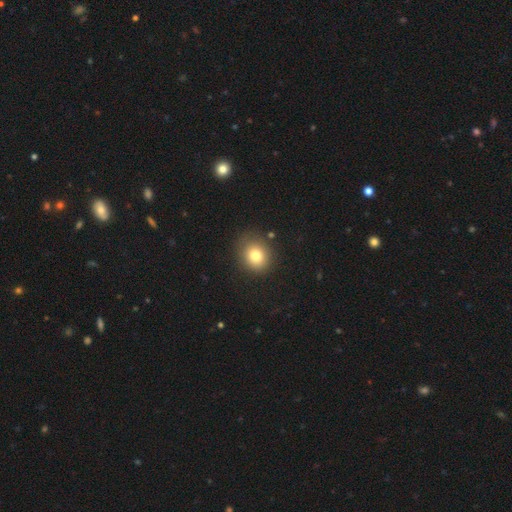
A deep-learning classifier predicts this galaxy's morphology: Smooth or featured?
  - smooth: 78% *
  - star or artifact: 12%
  - featured or disk: 10%
How rounded?
  - round: 73% *
  - in between: 26%
  - cigar-shaped: 1%
Merging?
  - none: 83% *
  - minor disturbance: 12%
  - major disturbance: 4%
  - merger: 2%